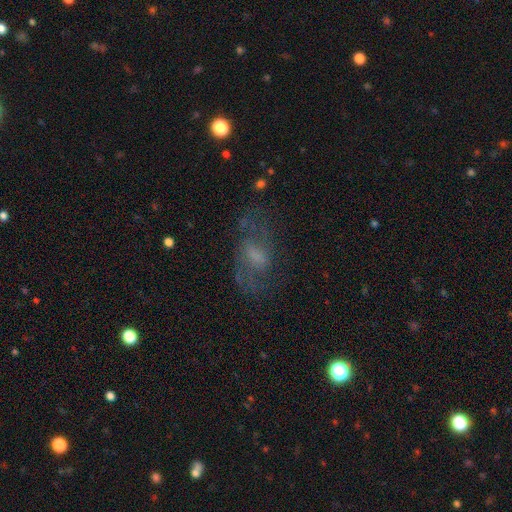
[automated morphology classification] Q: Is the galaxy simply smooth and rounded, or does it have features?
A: featured or disk — 58%.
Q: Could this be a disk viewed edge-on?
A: no — 95%.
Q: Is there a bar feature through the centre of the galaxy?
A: weak — 46%.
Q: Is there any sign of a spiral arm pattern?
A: yes — 71%.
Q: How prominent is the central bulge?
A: none — 33%.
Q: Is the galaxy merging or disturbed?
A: none — 57%.